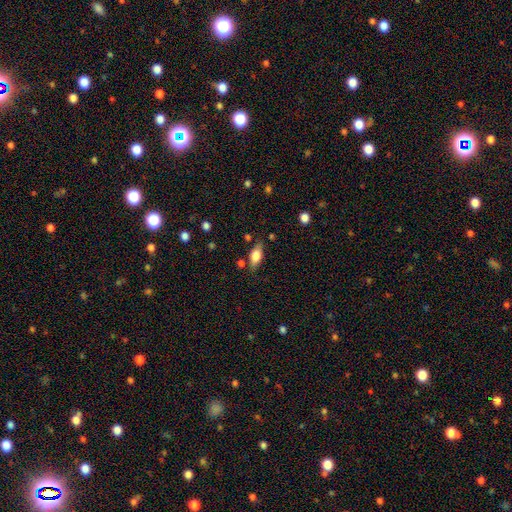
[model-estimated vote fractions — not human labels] A smooth galaxy with no disk features (66%) that is in between round and cigar-shaped (79%). Merging: none (77%).